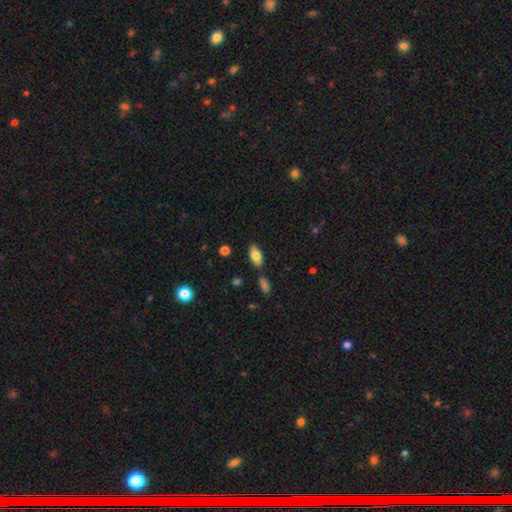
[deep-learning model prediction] smooth 76%, featured or disk 17%, star or artifact 7%. Down the decision tree: how rounded — in between (87%); merging — none (79%).